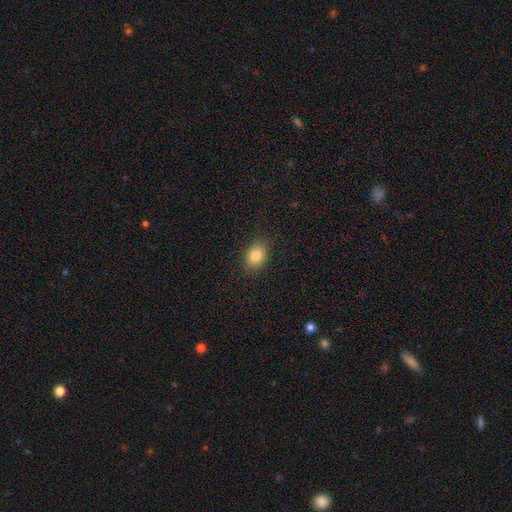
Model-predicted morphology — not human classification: This is clearly a smooth galaxy (83%). How rounded: likely in between (70%). Merging: clearly none (86%).